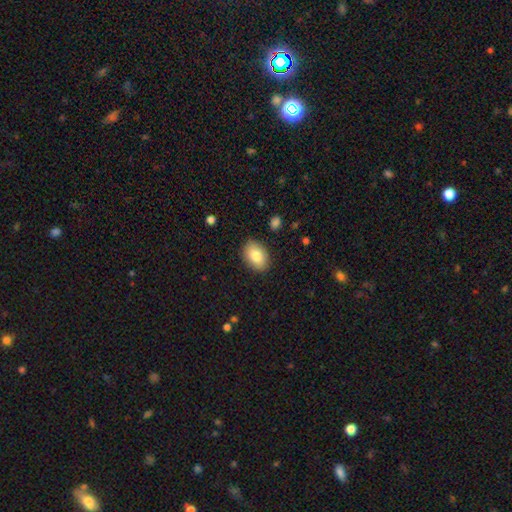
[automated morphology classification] type=smooth (83%); roundness=in between (85%); merging=none (87%).